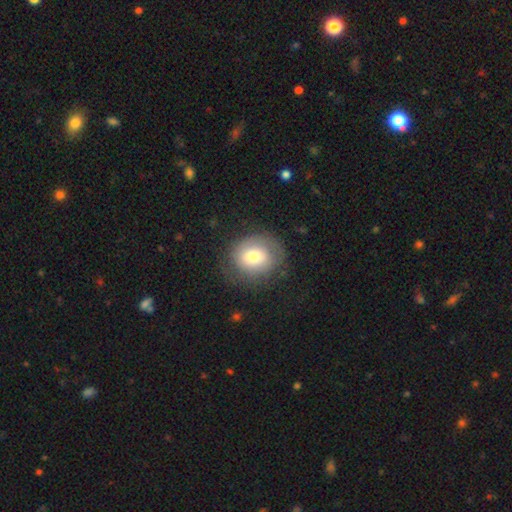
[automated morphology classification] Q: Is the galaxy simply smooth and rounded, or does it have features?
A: smooth — 71%.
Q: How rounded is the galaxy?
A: round — 70%.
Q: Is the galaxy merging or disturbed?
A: none — 72%.